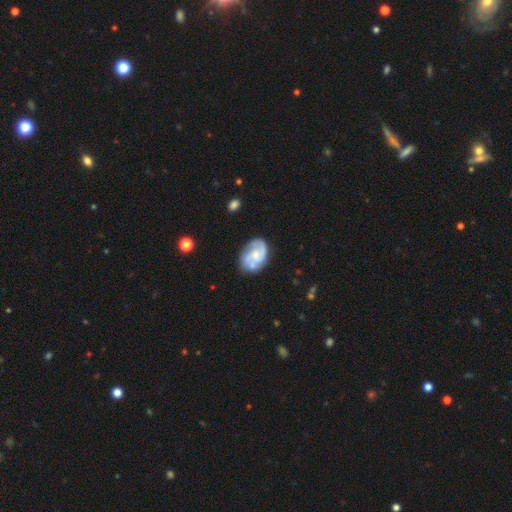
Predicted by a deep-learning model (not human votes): featured or disk 73%, smooth 22%, star or artifact 6%. Down the decision tree: edge-on disk — no (98%); bar — no (65%); spiral arms — yes (88%); spiral arm count — 2 (51%); spiral winding — medium (46%); bulge size — small (48%); merging — none (61%).